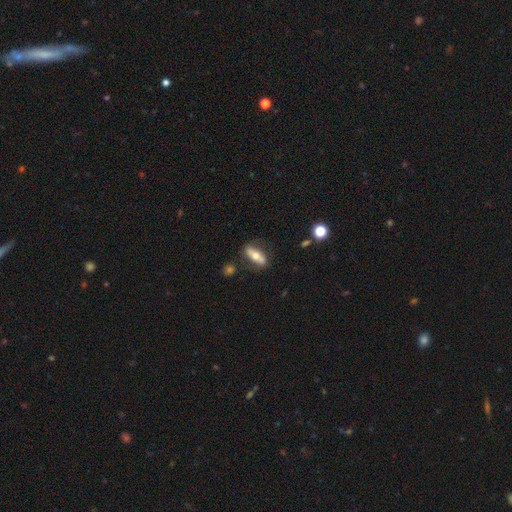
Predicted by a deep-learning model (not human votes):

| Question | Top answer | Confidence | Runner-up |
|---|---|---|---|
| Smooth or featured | smooth | 47% | featured or disk (46%) |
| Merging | none | 74% | minor disturbance (16%) |